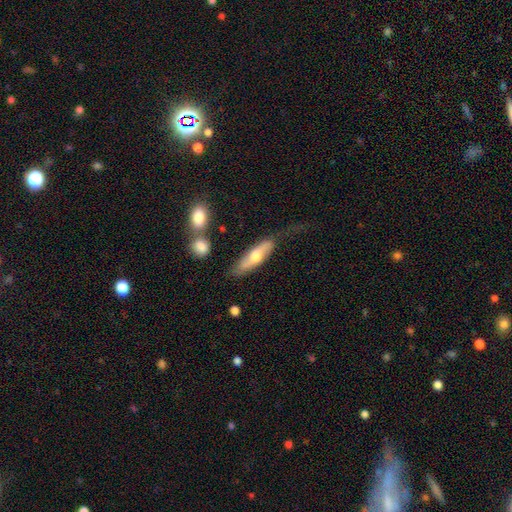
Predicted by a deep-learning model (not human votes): This is possibly a smooth galaxy (51%). How rounded: possibly cigar-shaped (58%). Merging: possibly none (60%).